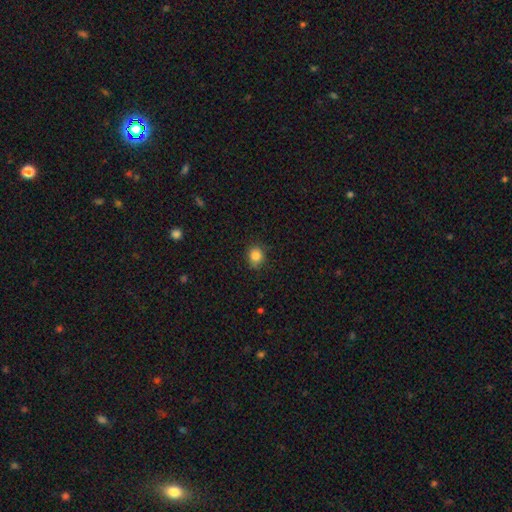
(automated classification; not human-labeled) smooth_or_featured: smooth (p=0.85) [alt: star or artifact p=0.11]
how_rounded: round (p=0.71) [alt: in between p=0.28]
merging: none (p=0.82) [alt: minor disturbance p=0.15]